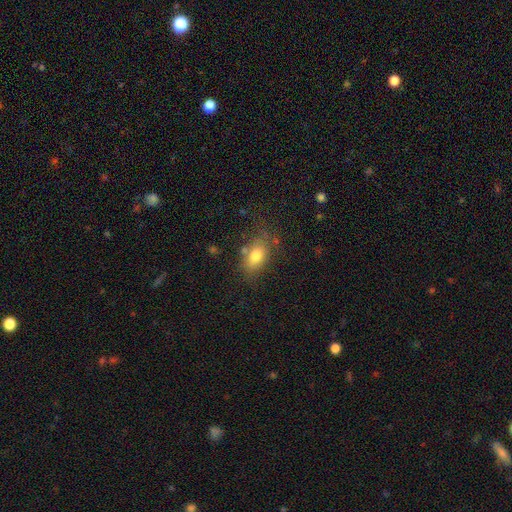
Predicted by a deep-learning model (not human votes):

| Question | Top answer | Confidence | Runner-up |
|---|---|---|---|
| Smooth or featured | smooth | 77% | featured or disk (14%) |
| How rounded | in between | 83% | round (13%) |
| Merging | none | 68% | minor disturbance (19%) |